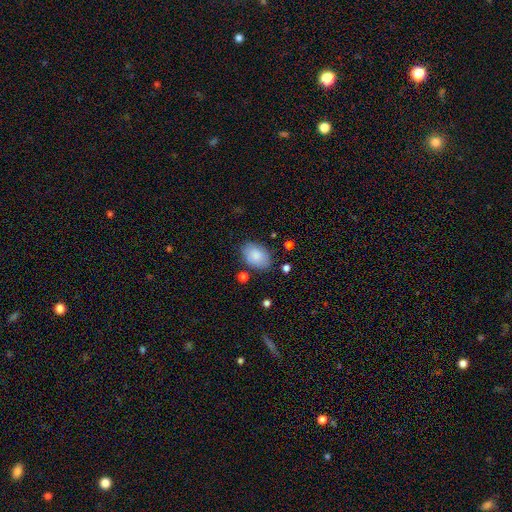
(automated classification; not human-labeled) This is clearly a smooth galaxy (84%). How rounded: clearly in between (86%). Merging: likely none (79%).